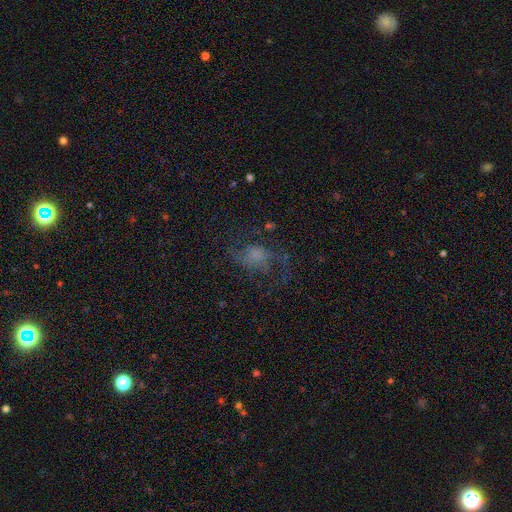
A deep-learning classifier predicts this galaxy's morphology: type=featured or disk (67%); edge-on=no (97%); bar=no (67%); spiral arms=yes (88%); winding=loose (49%); arm count=2 (81%); bulge=none (35%); merging=none (59%).